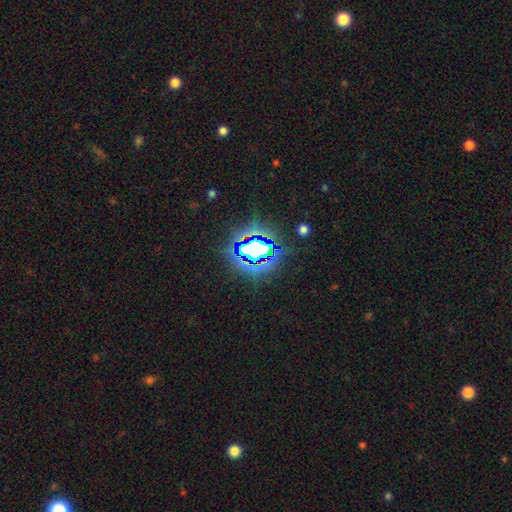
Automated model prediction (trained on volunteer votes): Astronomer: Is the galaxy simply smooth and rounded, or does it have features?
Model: star or artifact — 81%.